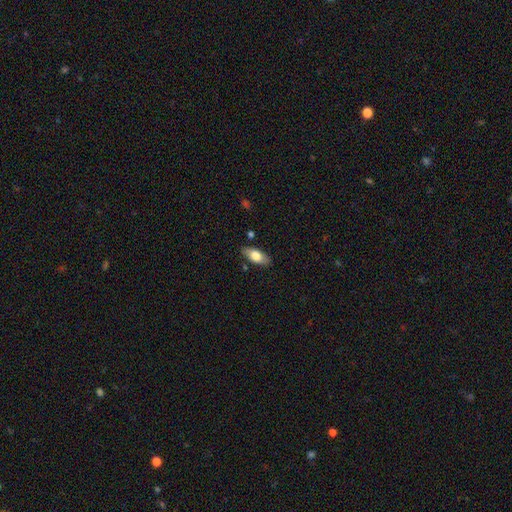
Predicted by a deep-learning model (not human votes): Smooth or featured: smooth — 69% (featured or disk — 24%)
How rounded: in between — 86% (cigar-shaped — 11%)
Merging: none — 83% (minor disturbance — 12%)